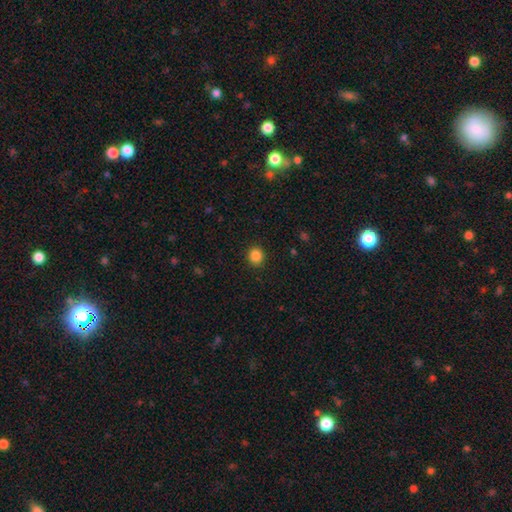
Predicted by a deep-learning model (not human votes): Smooth or featured?
  - smooth: 86% *
  - star or artifact: 11%
  - featured or disk: 3%
How rounded?
  - round: 86% *
  - in between: 14%
  - cigar-shaped: 1%
Merging?
  - none: 91% *
  - minor disturbance: 6%
  - major disturbance: 2%
  - merger: 1%